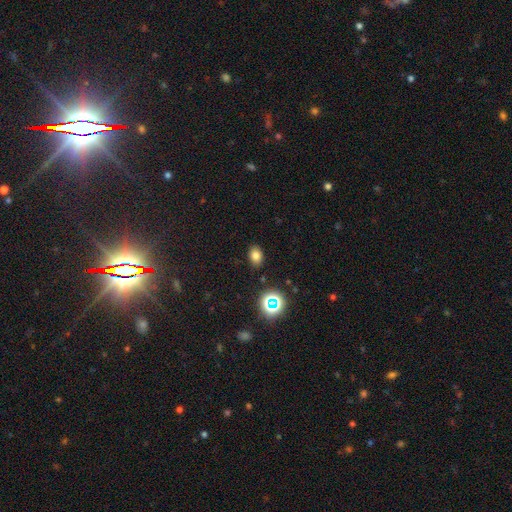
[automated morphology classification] Smooth or featured?
  - smooth: 76% *
  - star or artifact: 16%
  - featured or disk: 8%
How rounded?
  - in between: 74% *
  - round: 25%
  - cigar-shaped: 1%
Merging?
  - none: 86% *
  - minor disturbance: 9%
  - major disturbance: 3%
  - merger: 2%